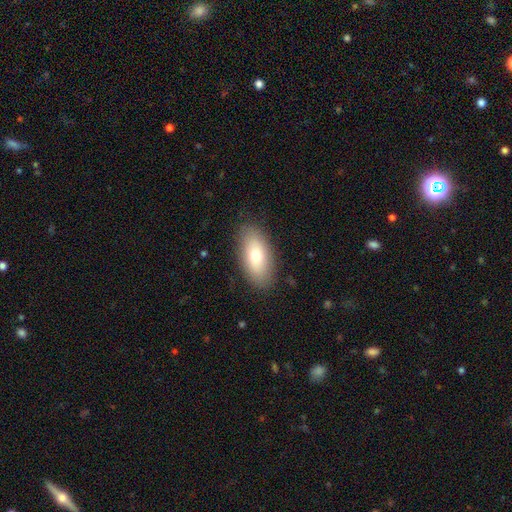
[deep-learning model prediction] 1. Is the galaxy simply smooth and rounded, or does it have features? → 73% smooth, 20% featured or disk, 7% star or artifact.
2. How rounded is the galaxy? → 90% in between, 7% cigar-shaped, 3% round.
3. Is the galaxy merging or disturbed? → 87% none, 9% minor disturbance, 2% major disturbance, 1% merger.